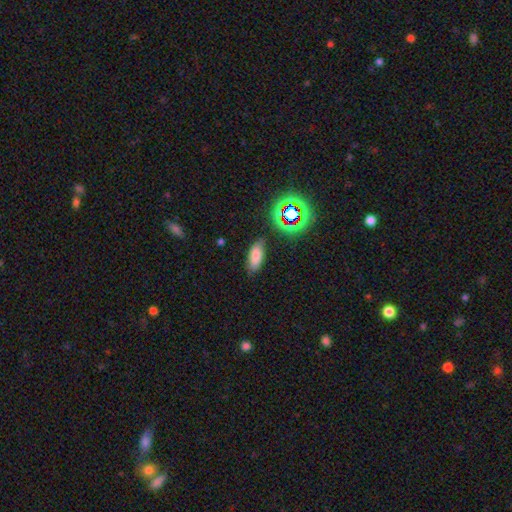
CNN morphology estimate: Overall: smooth (72%). How rounded: in between (79%). Merging: none (81%).